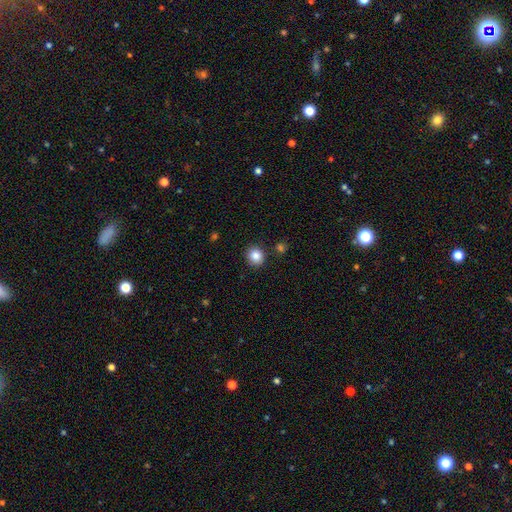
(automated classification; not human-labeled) Overall: smooth (85%). How rounded: round (84%). Merging: none (88%).